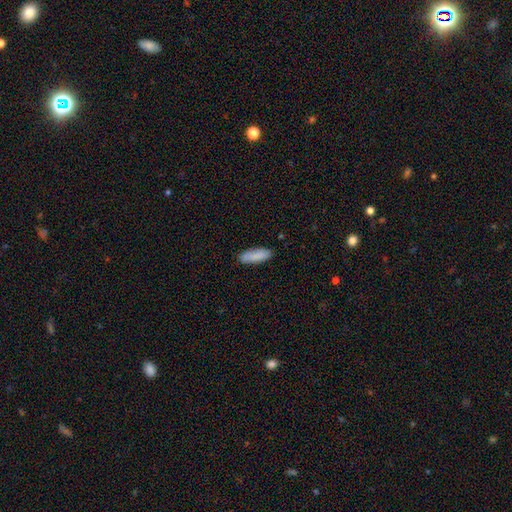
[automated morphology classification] Smooth or featured? Predicted: smooth (p=0.87). How rounded? Predicted: in between (p=0.54). Merging? Predicted: none (p=0.86).